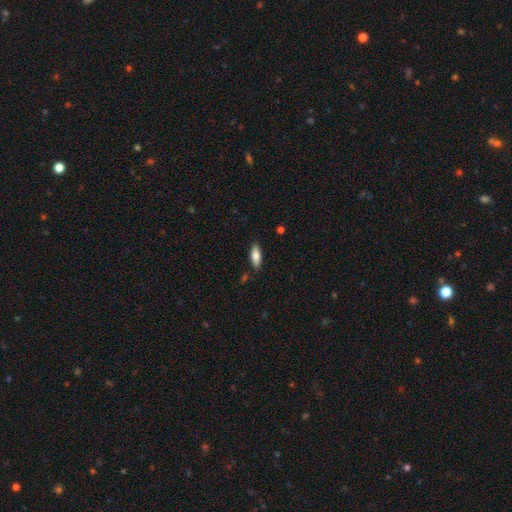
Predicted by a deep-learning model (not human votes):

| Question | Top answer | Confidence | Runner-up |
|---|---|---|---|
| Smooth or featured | smooth | 78% | featured or disk (16%) |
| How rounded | in between | 71% | cigar-shaped (27%) |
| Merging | none | 85% | minor disturbance (11%) |